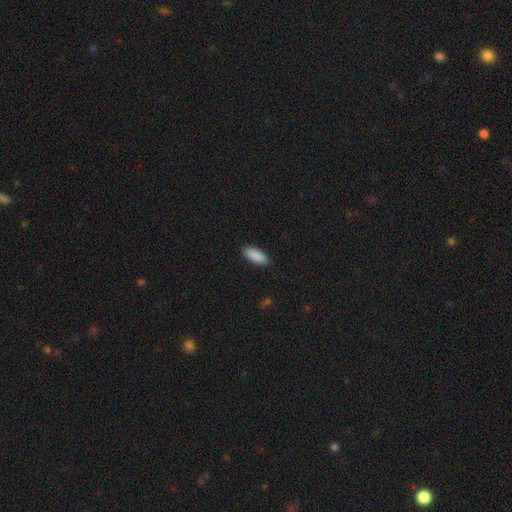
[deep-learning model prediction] smooth 91%, star or artifact 6%, featured or disk 4%. Down the decision tree: how rounded — in between (79%); merging — none (90%).